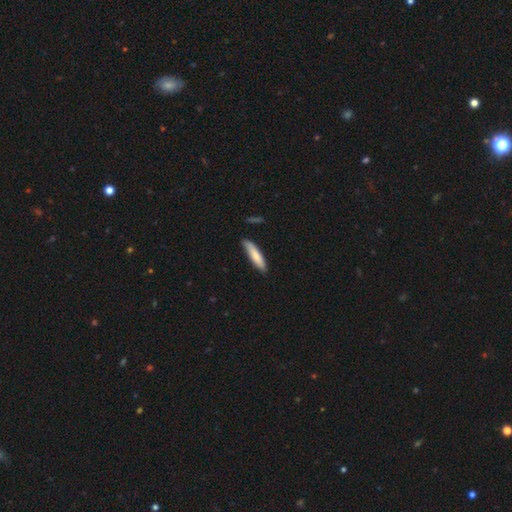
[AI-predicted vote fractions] smooth_or_featured: smooth (p=0.77) [alt: featured or disk p=0.18]
how_rounded: cigar-shaped (p=0.78) [alt: in between p=0.20]
merging: none (p=0.78) [alt: minor disturbance p=0.18]